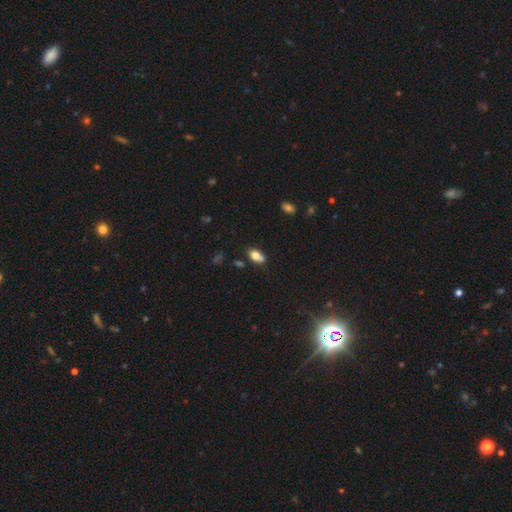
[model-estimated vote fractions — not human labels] This is likely a smooth galaxy (76%). How rounded: clearly in between (81%). Merging: possibly none (53%).